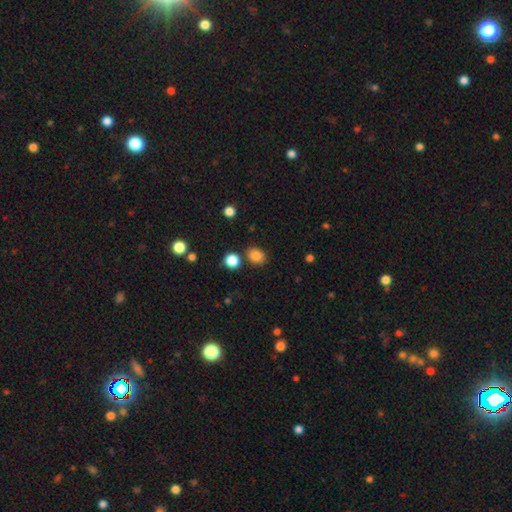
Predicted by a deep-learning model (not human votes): Overall: smooth (84%). How rounded: round (52%; in between 47%). Merging: none (81%).